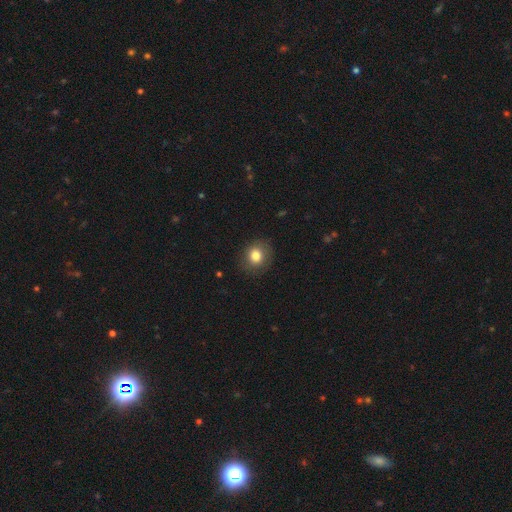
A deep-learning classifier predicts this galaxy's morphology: smooth-or-featured: smooth: 81% | star or artifact: 10% | featured or disk: 9%
  how-rounded: round: 74% | in between: 25% | cigar-shaped: 1%
  merging: none: 85% | minor disturbance: 11% | major disturbance: 3% | merger: 1%